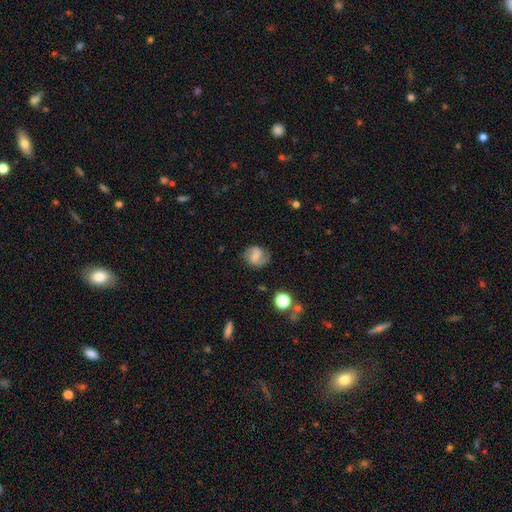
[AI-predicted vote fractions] Overall: featured or disk (61%; smooth 30%). Edge-on disk: no (98%). Bar: weak (47%; no 38%). Spiral arms: yes (92%). Spiral arm count: 2 (80%). Spiral winding: medium (47%; tight 27%). Bulge size: small (47%; moderate 28%). Merging: none (72%).